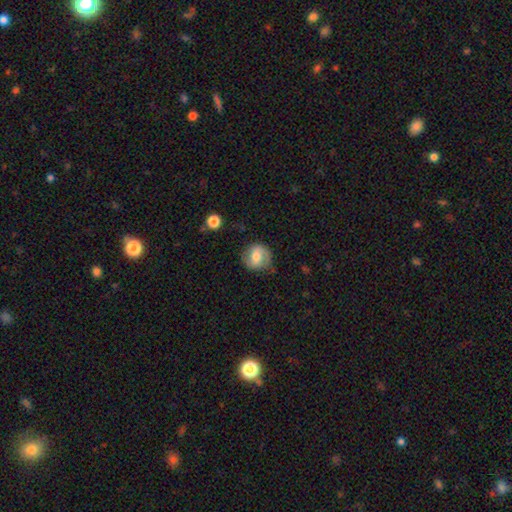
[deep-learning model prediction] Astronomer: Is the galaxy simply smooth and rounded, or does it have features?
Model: smooth — 48% (runner-up: featured or disk, 44%).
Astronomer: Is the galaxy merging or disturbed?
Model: none — 76%.